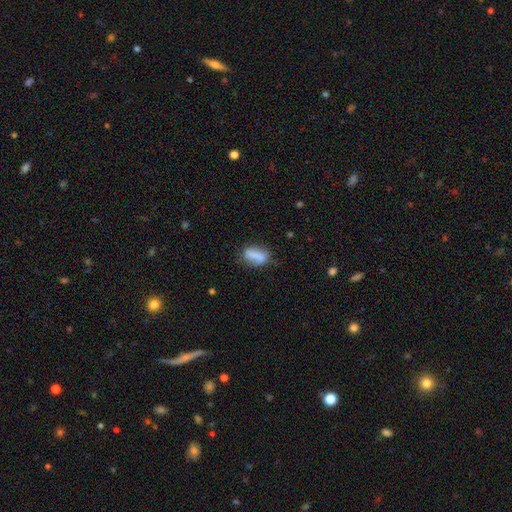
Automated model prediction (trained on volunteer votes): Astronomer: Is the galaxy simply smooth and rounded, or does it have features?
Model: smooth — 74%.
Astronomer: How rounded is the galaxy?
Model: in between — 77%.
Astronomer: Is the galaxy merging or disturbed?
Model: none — 59%.